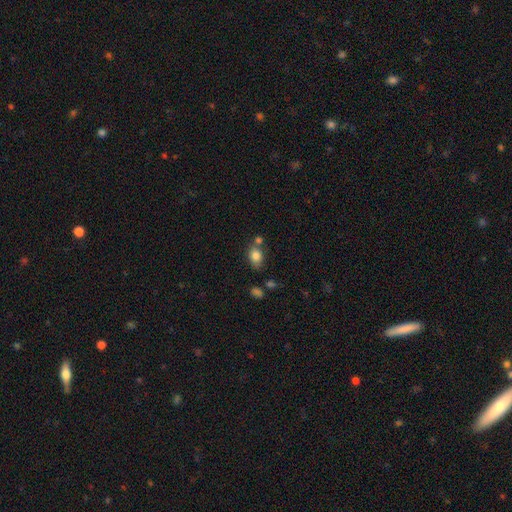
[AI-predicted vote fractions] A smooth galaxy with no disk features (82%) that is in between round and cigar-shaped (70%). Merging: none (59%).